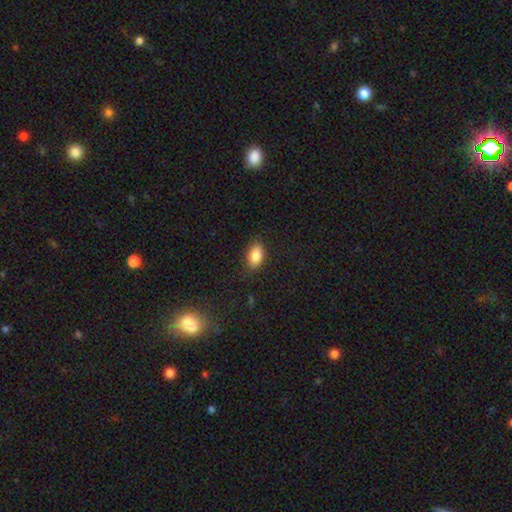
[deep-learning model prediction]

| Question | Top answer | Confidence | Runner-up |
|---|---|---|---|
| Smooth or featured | smooth | 87% | star or artifact (8%) |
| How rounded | in between | 91% | round (6%) |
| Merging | none | 83% | minor disturbance (13%) |